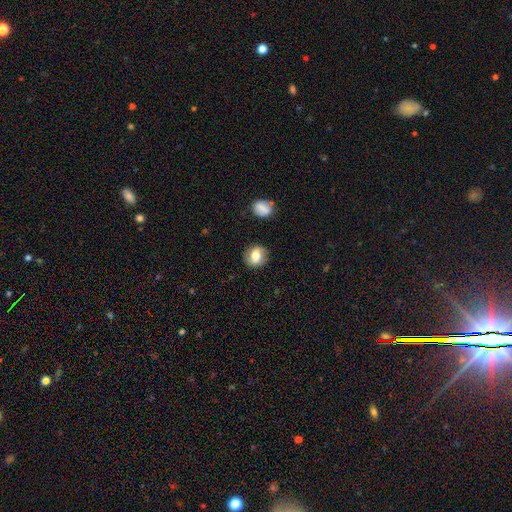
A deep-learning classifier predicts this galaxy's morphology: A smooth galaxy with no disk features (62%) that is round (72%).

Vote fractions:
- Smooth or featured? smooth: 62% / featured or disk: 29% / star or artifact: 9%
- How rounded? round: 72% / in between: 26% / cigar-shaped: 1%
- Merging? none: 82% / minor disturbance: 12% / major disturbance: 4% / merger: 2%